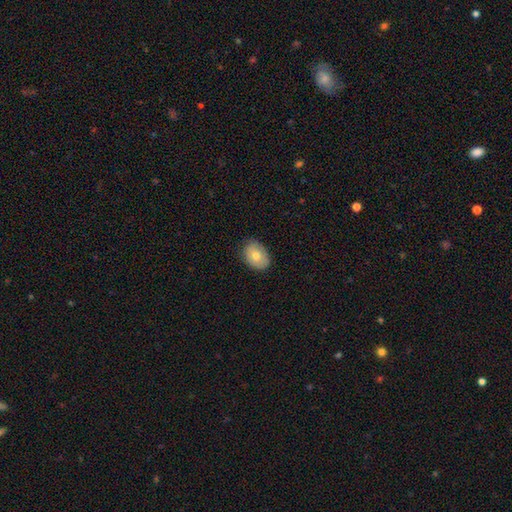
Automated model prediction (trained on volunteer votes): Smooth or featured? Predicted: smooth (p=0.70). How rounded? Predicted: in between (p=0.74). Merging? Predicted: none (p=0.81).